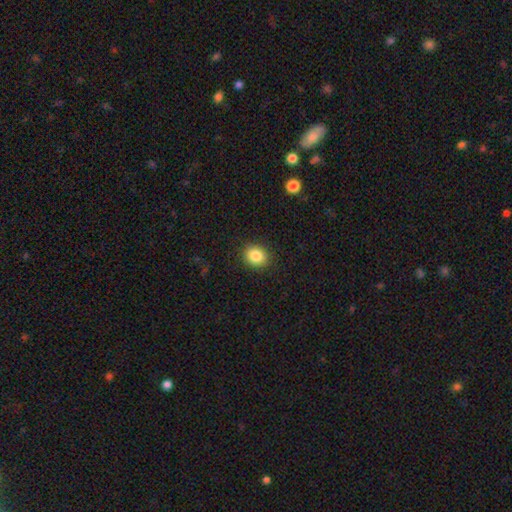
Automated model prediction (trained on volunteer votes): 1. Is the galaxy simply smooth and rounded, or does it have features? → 85% smooth, 10% star or artifact, 5% featured or disk.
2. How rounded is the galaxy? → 60% round, 39% in between, 1% cigar-shaped.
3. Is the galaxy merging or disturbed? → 90% none, 7% minor disturbance, 2% major disturbance, 1% merger.